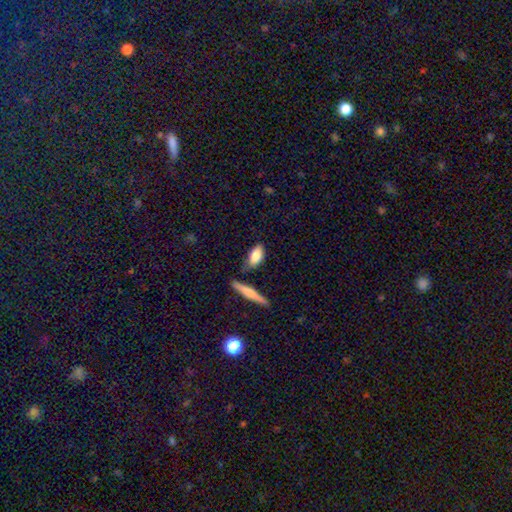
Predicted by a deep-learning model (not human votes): The model was most divided on "merging": none: 69%, minor disturbance: 18%, merger: 8%, major disturbance: 4%. More confident: how rounded — in between (80%); smooth or featured — smooth (79%).